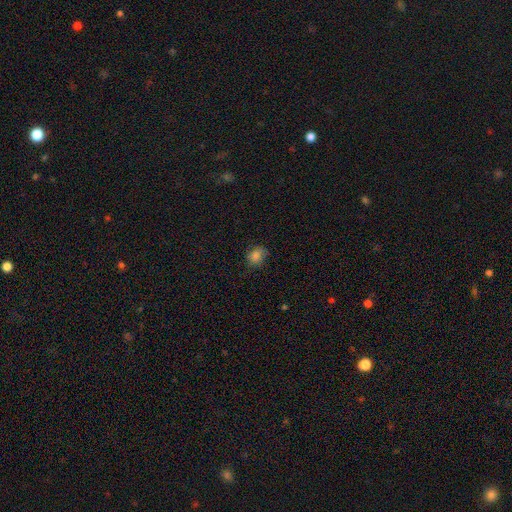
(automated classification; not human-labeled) Smooth or featured: smooth — 82% (star or artifact — 11%)
How rounded: round — 57% (in between — 42%)
Merging: none — 74% (minor disturbance — 20%)